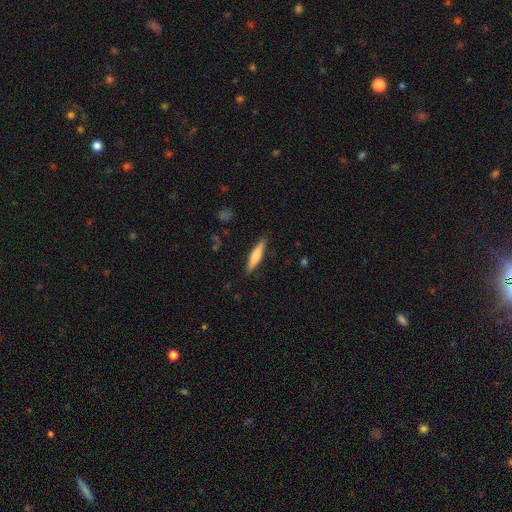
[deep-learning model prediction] smooth 69%, featured or disk 26%, star or artifact 5%. Down the decision tree: how rounded — cigar-shaped (85%); merging — none (88%).